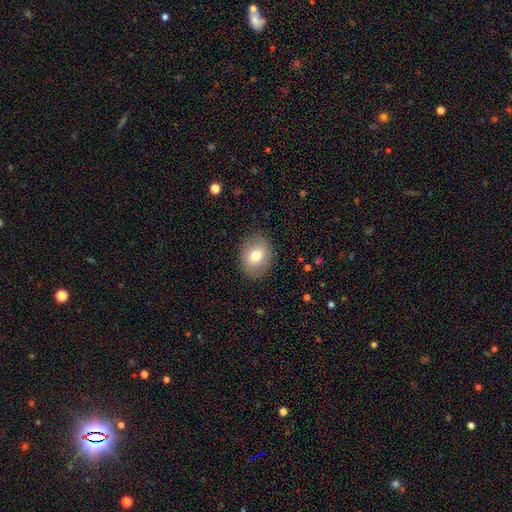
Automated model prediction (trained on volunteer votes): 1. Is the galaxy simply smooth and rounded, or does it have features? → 77% smooth, 15% featured or disk, 8% star or artifact.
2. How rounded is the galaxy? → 54% in between, 46% round, 1% cigar-shaped.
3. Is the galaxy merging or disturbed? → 87% none, 9% minor disturbance, 3% major disturbance, 1% merger.